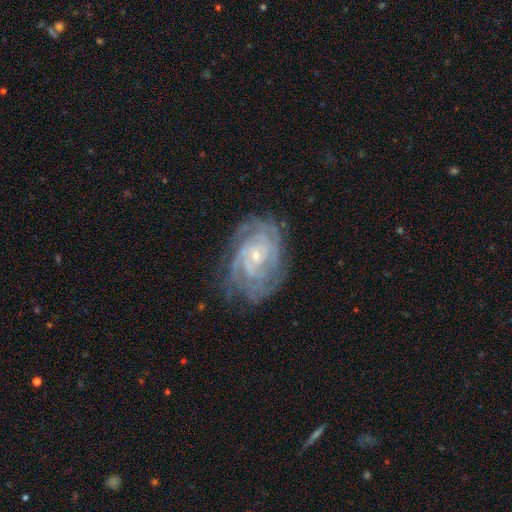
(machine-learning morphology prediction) A featured or disk galaxy (88%) with no bar (67%), tight (75%) spiral arms (97%) and a small central bulge (79%). Merging: none (75%).